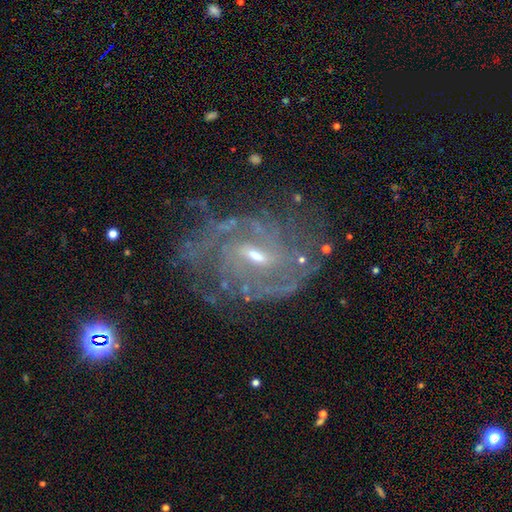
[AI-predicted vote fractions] Smooth or featured?
  - featured or disk: 84% *
  - star or artifact: 11%
  - smooth: 6%
Edge-on disk?
  - no: 96% *
  - yes: 4%
Bar?
  - weak: 55% *
  - strong: 26%
  - no: 20%
Spiral arms?
  - yes: 94% *
  - no: 6%
Spiral winding?
  - tight: 51% *
  - medium: 38%
  - loose: 11%
Spiral arm count?
  - can't tell: 33% *
  - 2: 26%
  - 3: 16%
  - 4: 12%
  - more than 4: 7%
  - 1: 6%
Bulge size?
  - small: 60% *
  - moderate: 34%
  - none: 3%
  - large: 2%
  - dominant: 1%
Merging?
  - none: 70% *
  - minor disturbance: 17%
  - major disturbance: 10%
  - merger: 2%